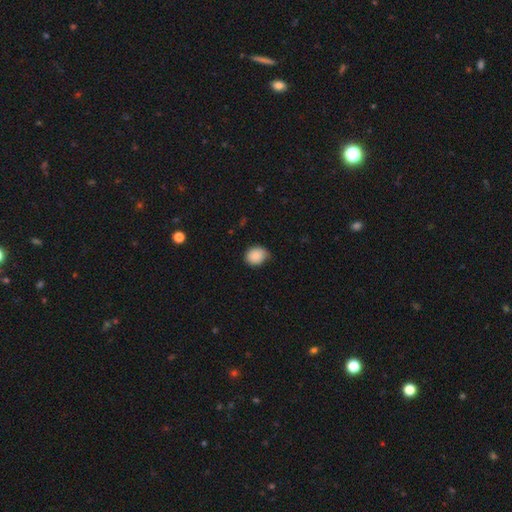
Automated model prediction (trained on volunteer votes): Smooth or featured? Predicted: smooth (p=0.86). How rounded? Predicted: round (p=0.63). Merging? Predicted: none (p=0.64).